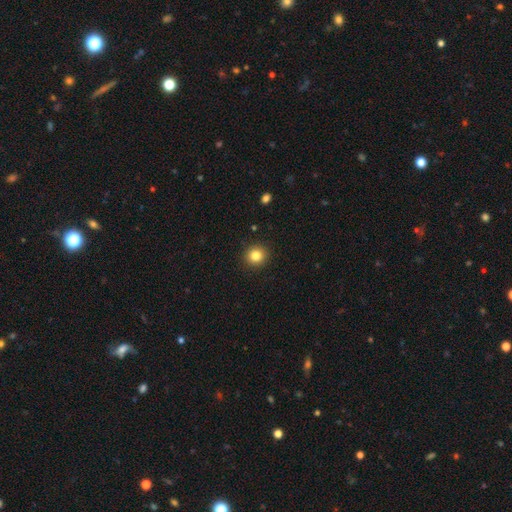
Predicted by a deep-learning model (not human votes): Smooth or featured?
  - smooth: 83% *
  - star or artifact: 11%
  - featured or disk: 6%
How rounded?
  - round: 93% *
  - in between: 6%
  - cigar-shaped: 1%
Merging?
  - none: 92% *
  - minor disturbance: 5%
  - major disturbance: 2%
  - merger: 1%